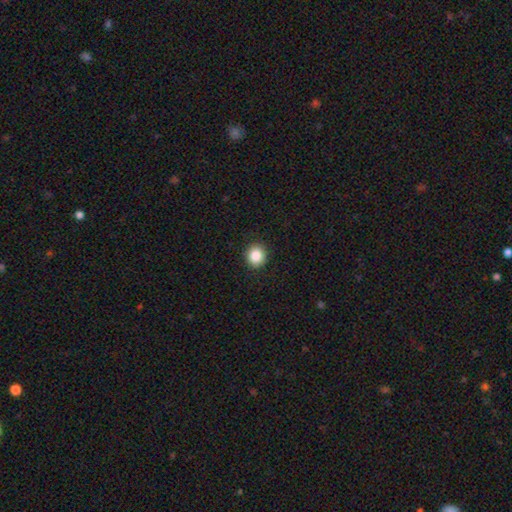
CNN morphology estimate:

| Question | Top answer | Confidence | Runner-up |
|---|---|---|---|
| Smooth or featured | smooth | 87% | star or artifact (9%) |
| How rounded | round | 85% | in between (14%) |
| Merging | none | 91% | minor disturbance (6%) |